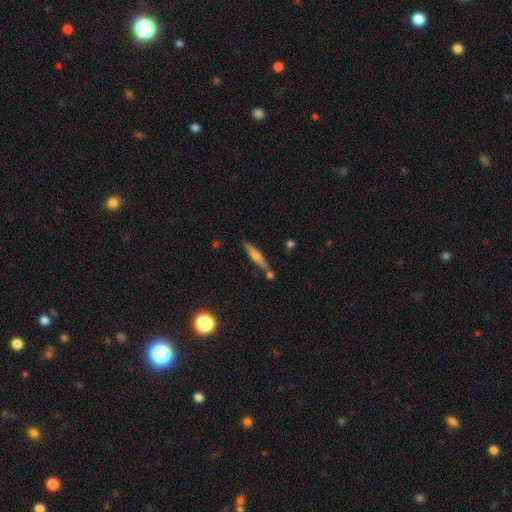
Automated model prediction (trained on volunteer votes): smooth-or-featured: smooth: 51% | featured or disk: 43% | star or artifact: 7%
  how-rounded: cigar-shaped: 89% | in between: 9% | round: 2%
  merging: none: 74% | minor disturbance: 12% | merger: 11% | major disturbance: 3%